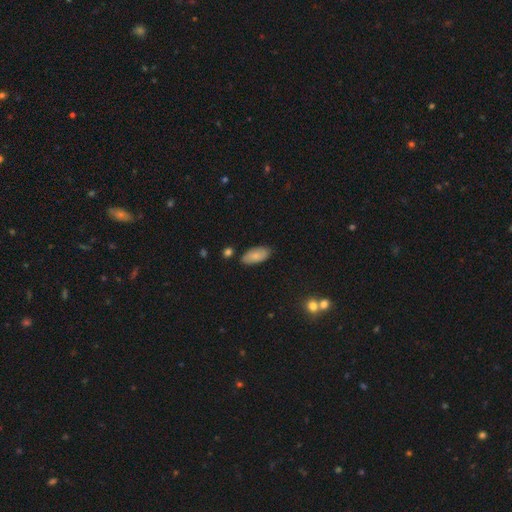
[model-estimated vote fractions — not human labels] Q: Smooth or featured?
A: smooth (78%); runner-up: featured or disk (15%)
Q: How rounded?
A: in between (92%); runner-up: cigar-shaped (6%)
Q: Merging?
A: none (82%); runner-up: minor disturbance (13%)